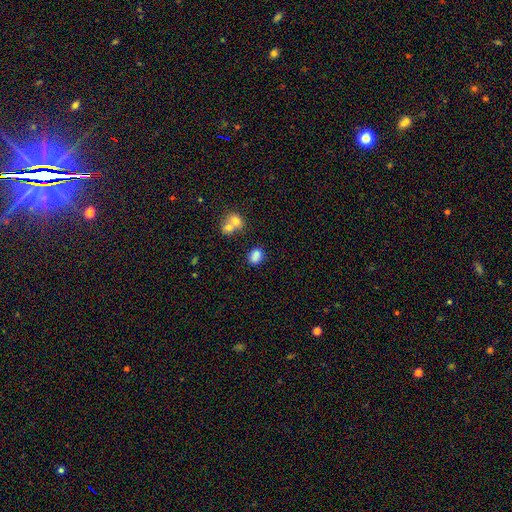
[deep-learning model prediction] Morphology: type=smooth (81%); roundness=in between (59%); merging=none (60%).